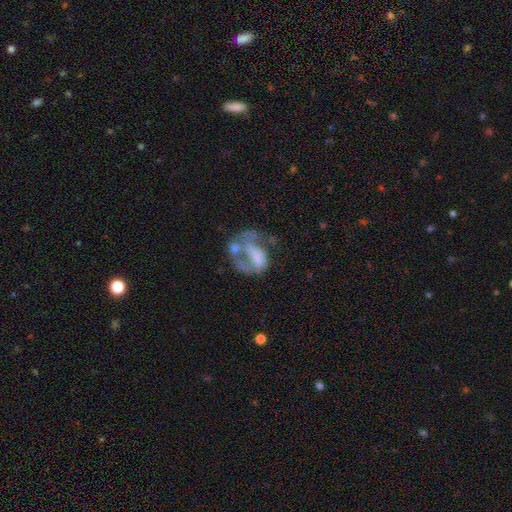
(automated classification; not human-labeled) Q: Smooth or featured?
A: featured or disk (62%); runner-up: smooth (28%)
Q: Edge-on disk?
A: no (98%); runner-up: yes (2%)
Q: Bar?
A: no (67%); runner-up: weak (23%)
Q: Spiral arms?
A: no (56%); runner-up: yes (44%)
Q: Bulge size?
A: none (50%); runner-up: moderate (19%)
Q: Merging?
A: major disturbance (43%); runner-up: merger (21%)